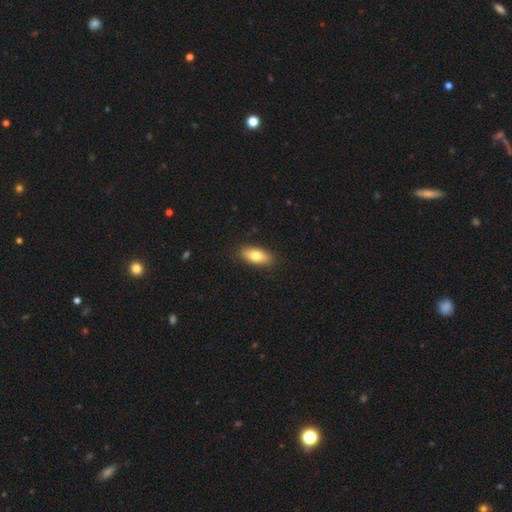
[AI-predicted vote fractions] This appears to be a smooth galaxy with no disk features (75%) that is in between round and cigar-shaped (80%). Merging: none (88%).